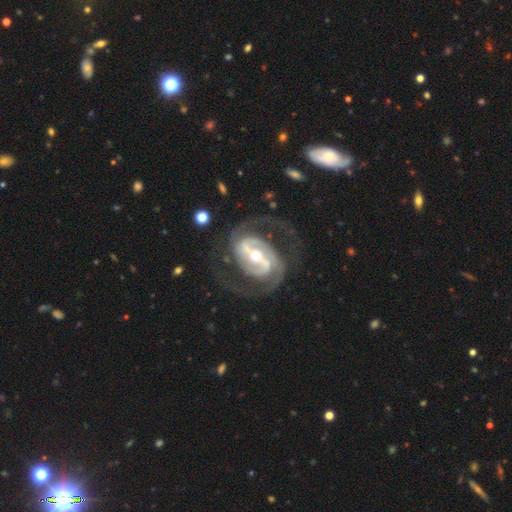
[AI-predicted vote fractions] smooth-or-featured: featured or disk: 93% | star or artifact: 4% | smooth: 3%
  disk-edge-on: no: 97% | yes: 3%
    bar: strong: 63% | weak: 27% | no: 10%
    has-spiral-arms: yes: 98% | no: 2%
      spiral-winding: medium: 54% | tight: 31% | loose: 15%
      spiral-arm-count: 2: 84% | 3: 7% | can't tell: 3% | 1: 2% | 4: 2% | more than 4: 2%
    bulge-size: moderate: 49% | small: 47% | large: 3% | dominant: 1% | none: 1%
  merging: none: 73% | major disturbance: 13% | minor disturbance: 13% | merger: 2%